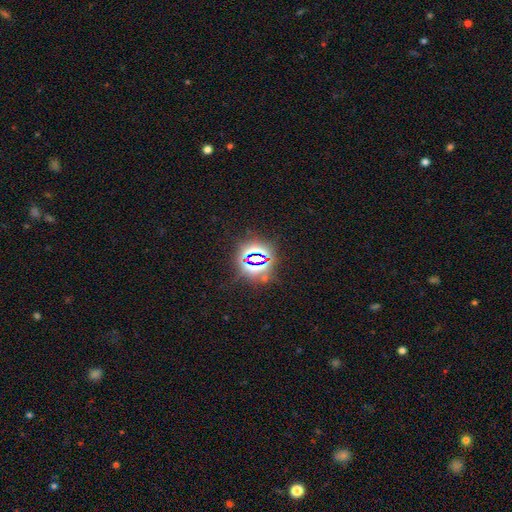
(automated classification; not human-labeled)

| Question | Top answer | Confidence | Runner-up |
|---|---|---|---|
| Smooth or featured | star or artifact | 77% | smooth (15%) |